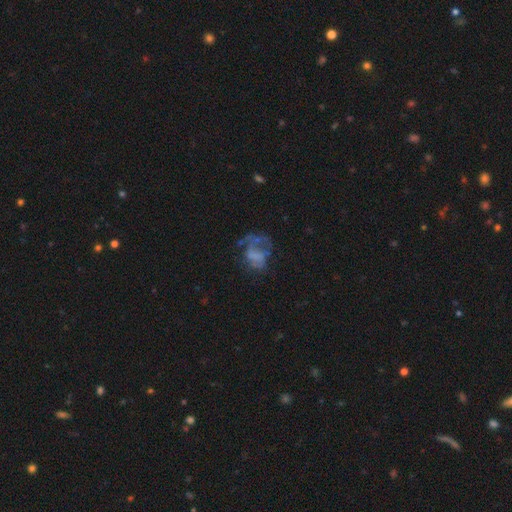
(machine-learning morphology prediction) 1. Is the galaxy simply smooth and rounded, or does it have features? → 54% featured or disk, 31% smooth, 15% star or artifact.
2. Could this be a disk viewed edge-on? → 98% no, 2% yes.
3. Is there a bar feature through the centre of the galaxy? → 70% no, 23% weak, 7% strong.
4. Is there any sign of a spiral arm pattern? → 61% no, 39% yes.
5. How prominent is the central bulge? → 70% none, 13% small, 10% moderate, 5% large, 2% dominant.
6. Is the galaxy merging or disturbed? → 46% major disturbance, 29% none, 18% minor disturbance, 6% merger.